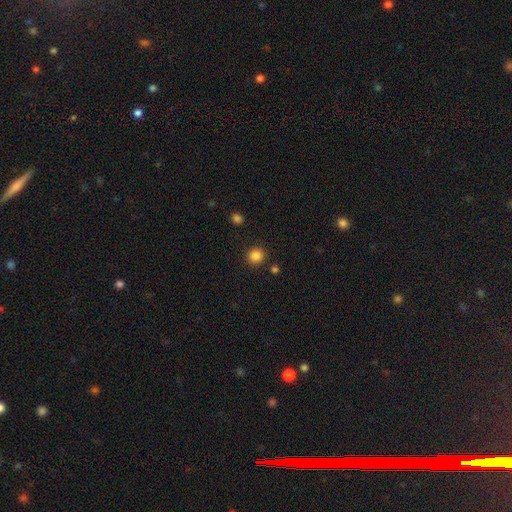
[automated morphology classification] This is clearly a smooth galaxy (85%). How rounded: clearly round (90%). Merging: clearly none (90%).